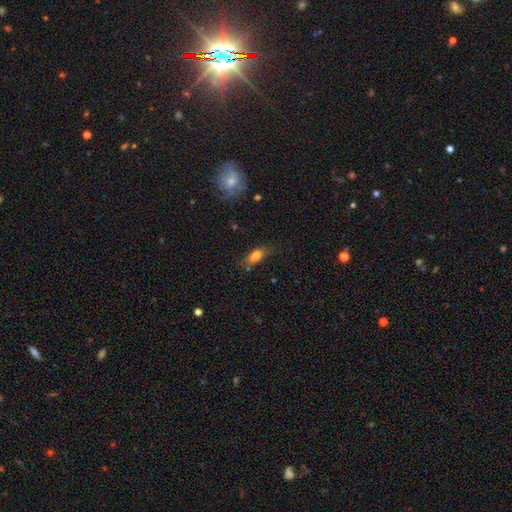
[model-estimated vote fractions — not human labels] Smooth or featured: smooth — 78% (featured or disk — 13%)
How rounded: in between — 77% (cigar-shaped — 18%)
Merging: none — 67% (minor disturbance — 22%)